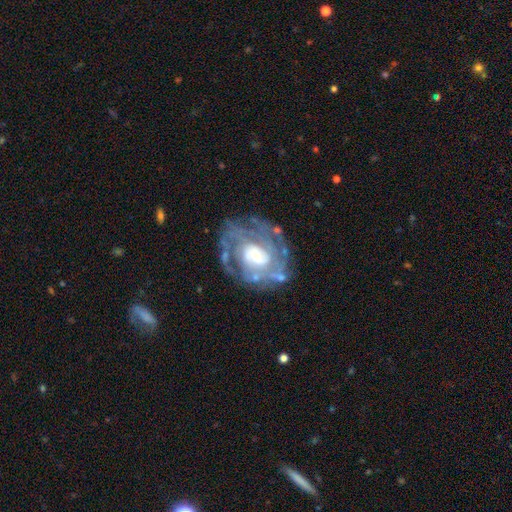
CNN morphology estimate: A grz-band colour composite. It shows a featured or disk galaxy (84%) with no bar (62%), tight (61%) spiral arms (86%) and a moderate central bulge (44%). Merging: none (66%).